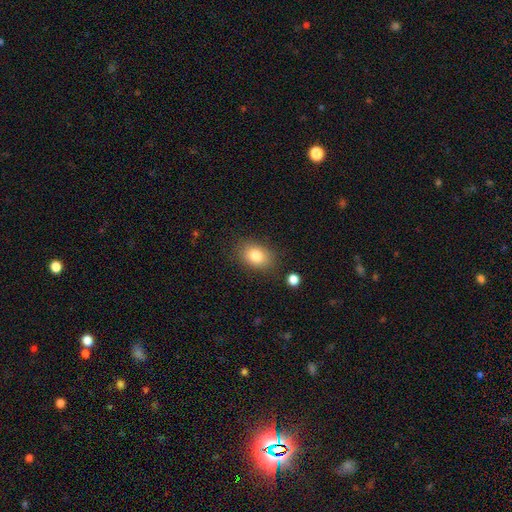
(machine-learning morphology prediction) Smooth or featured? smooth (82%)
How rounded? in between (77%)
Merging? none (82%)